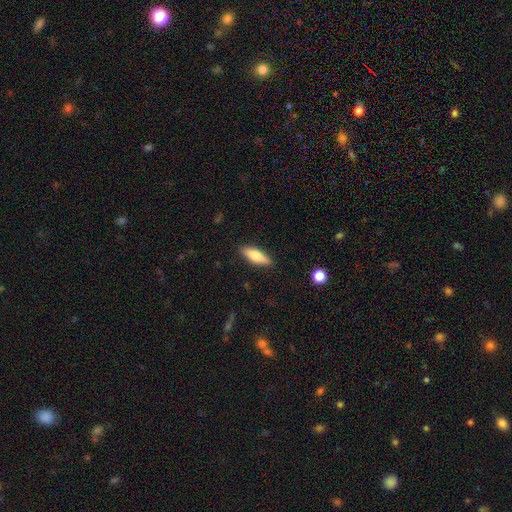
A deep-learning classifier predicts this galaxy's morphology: Smooth or featured? Predicted: smooth (p=0.67). How rounded? Predicted: cigar-shaped (p=0.52). Merging? Predicted: none (p=0.87).